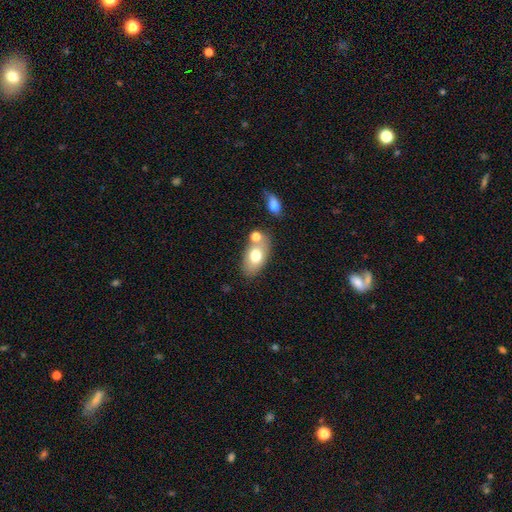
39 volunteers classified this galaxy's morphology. Smooth or featured? 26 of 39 (67%) said smooth. How rounded? 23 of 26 (88%) said in between. Merging? 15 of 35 (43%) said none.